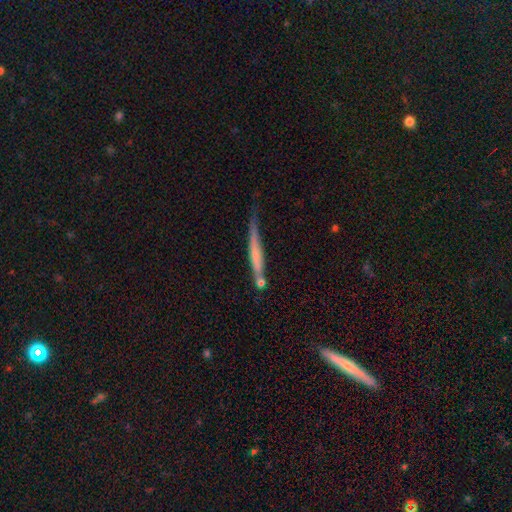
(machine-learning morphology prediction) Smooth or featured?
  - featured or disk: 48% *
  - smooth: 45%
  - star or artifact: 7%
Merging?
  - none: 58% *
  - minor disturbance: 23%
  - merger: 12%
  - major disturbance: 7%